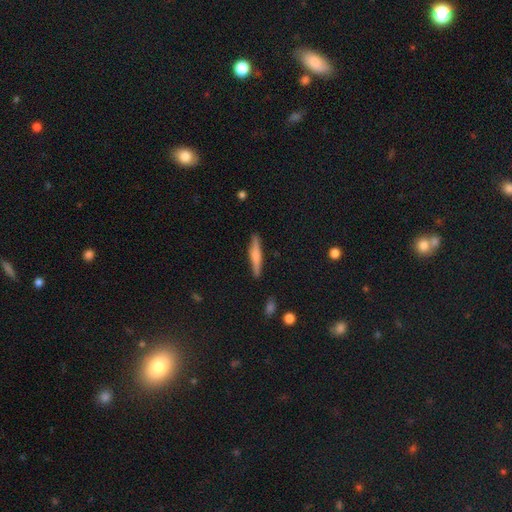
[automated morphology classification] Smooth or featured? smooth (50%)
How rounded? cigar-shaped (90%)
Merging? none (88%)